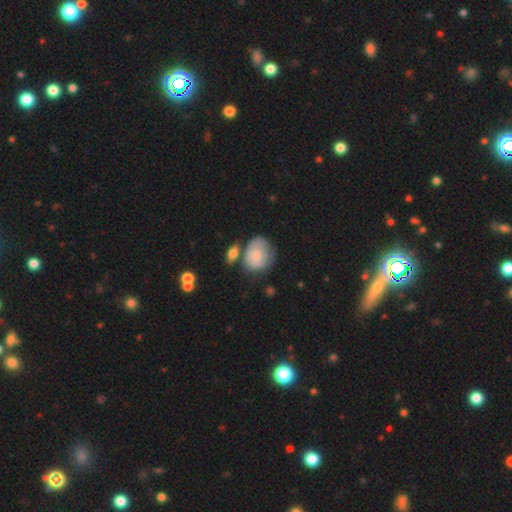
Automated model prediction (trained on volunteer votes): Q: Smooth or featured?
A: smooth (71%); runner-up: featured or disk (22%)
Q: How rounded?
A: round (60%); runner-up: in between (39%)
Q: Merging?
A: none (49%); runner-up: minor disturbance (27%)